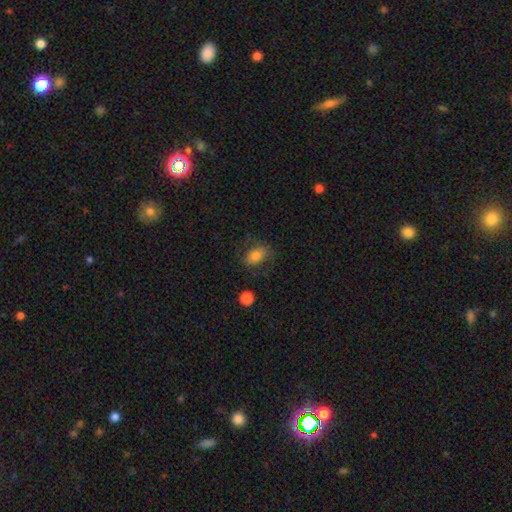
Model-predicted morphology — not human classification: The model was most divided on "merging": none: 68%, minor disturbance: 20%, major disturbance: 10%, merger: 2%. More confident: how rounded — in between (79%); smooth or featured — smooth (75%).